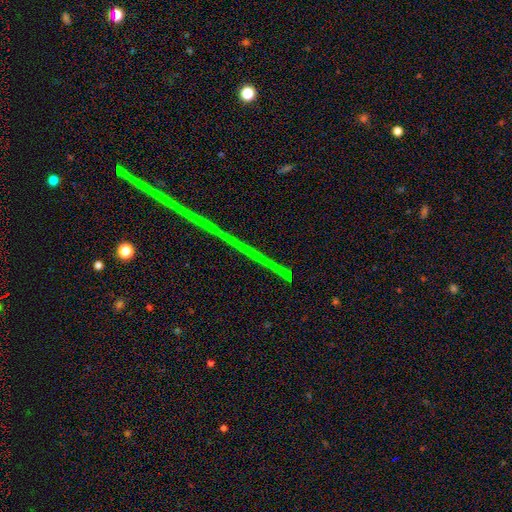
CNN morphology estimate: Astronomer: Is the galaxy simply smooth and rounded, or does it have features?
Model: star or artifact — 82%.